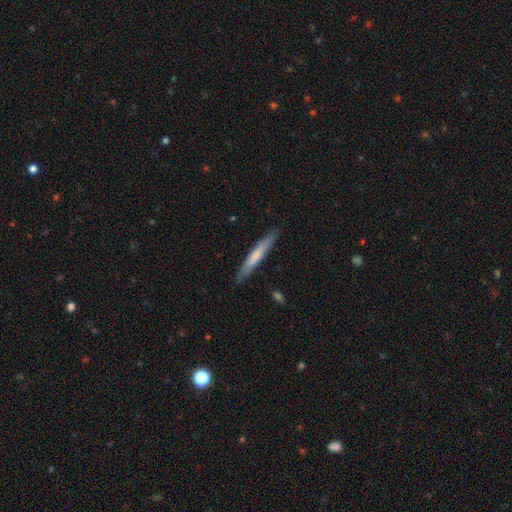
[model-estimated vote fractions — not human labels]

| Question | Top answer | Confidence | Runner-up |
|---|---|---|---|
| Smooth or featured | smooth | 65% | featured or disk (30%) |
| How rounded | cigar-shaped | 95% | in between (4%) |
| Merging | none | 88% | minor disturbance (9%) |